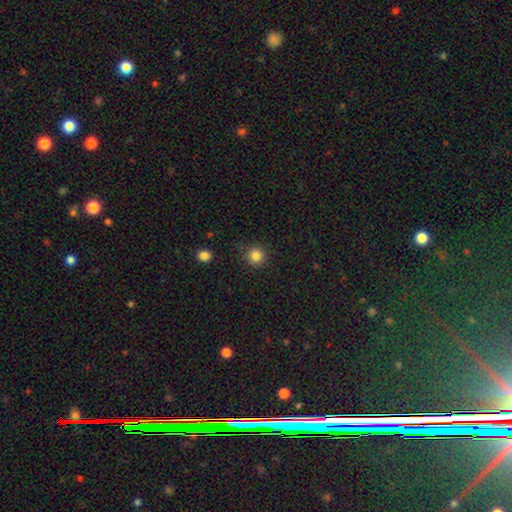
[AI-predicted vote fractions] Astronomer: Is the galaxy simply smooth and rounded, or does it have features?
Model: smooth — 85%.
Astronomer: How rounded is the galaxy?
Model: round — 94%.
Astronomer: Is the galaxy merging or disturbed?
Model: none — 89%.